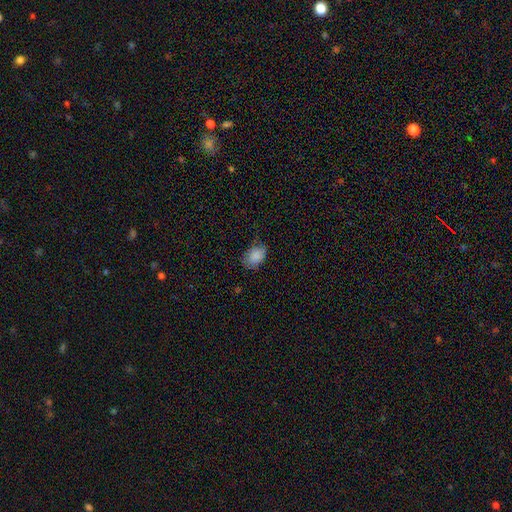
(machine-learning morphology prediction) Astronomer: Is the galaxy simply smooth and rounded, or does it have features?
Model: smooth — 87%.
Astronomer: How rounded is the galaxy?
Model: in between — 82%.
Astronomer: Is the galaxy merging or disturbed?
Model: none — 70%.